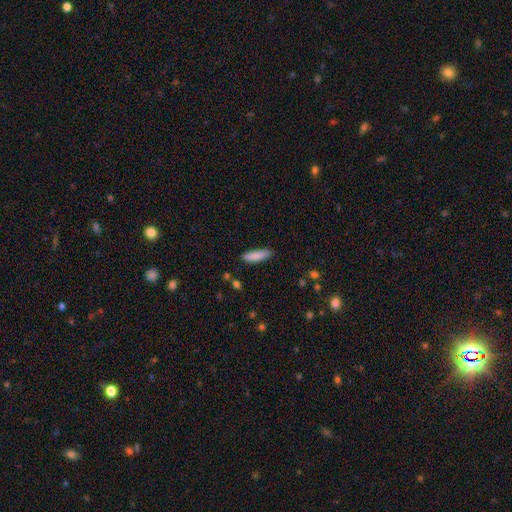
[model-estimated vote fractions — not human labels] Q: Smooth or featured?
A: smooth (87%); runner-up: featured or disk (7%)
Q: How rounded?
A: cigar-shaped (61%); runner-up: in between (38%)
Q: Merging?
A: none (84%); runner-up: minor disturbance (13%)